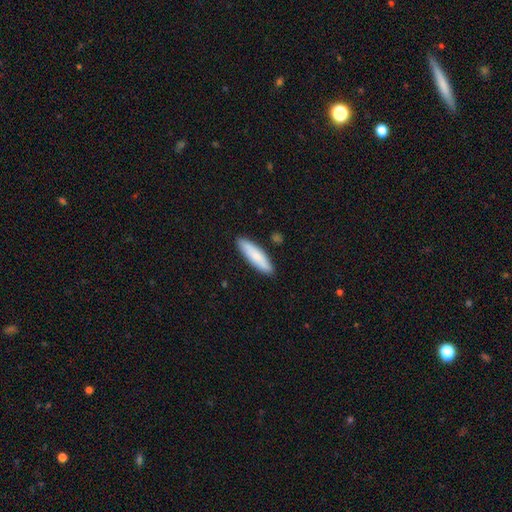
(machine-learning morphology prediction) This appears to be a smooth galaxy with no disk features (81%) that is cigar-shaped (68%). Merging: none (88%).